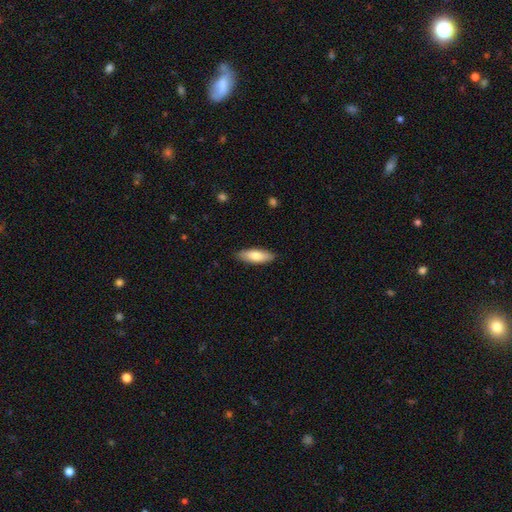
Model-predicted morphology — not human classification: A smooth galaxy with no disk features (76%) that is in between round and cigar-shaped (61%). Merging: none (88%).